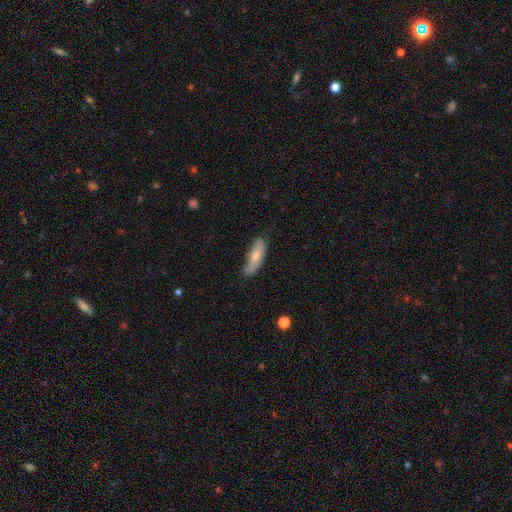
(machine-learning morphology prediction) Smooth or featured? Predicted: smooth (p=0.72). How rounded? Predicted: cigar-shaped (p=0.54). Merging? Predicted: none (p=0.63).